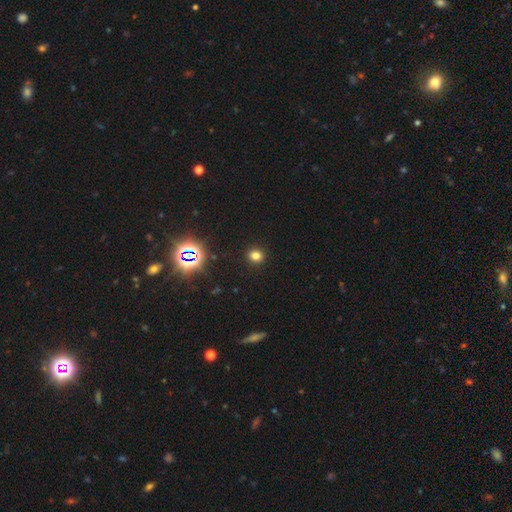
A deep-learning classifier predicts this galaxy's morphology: This appears to be a smooth galaxy with no disk features (75%) that is round (83%). Merging: none (91%).